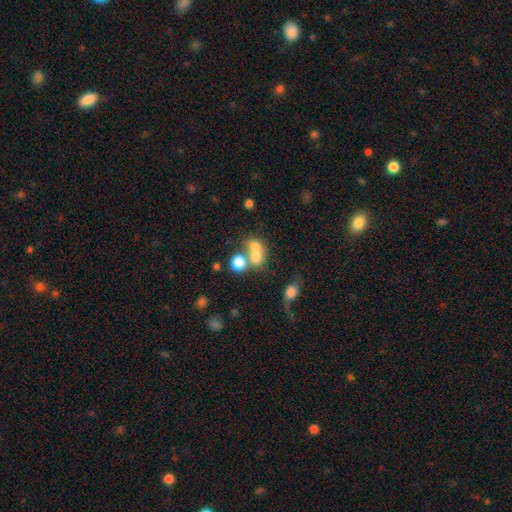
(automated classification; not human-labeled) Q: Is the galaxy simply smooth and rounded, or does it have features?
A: smooth — 67%.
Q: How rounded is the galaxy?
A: round — 63%.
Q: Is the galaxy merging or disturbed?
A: merger — 57%.